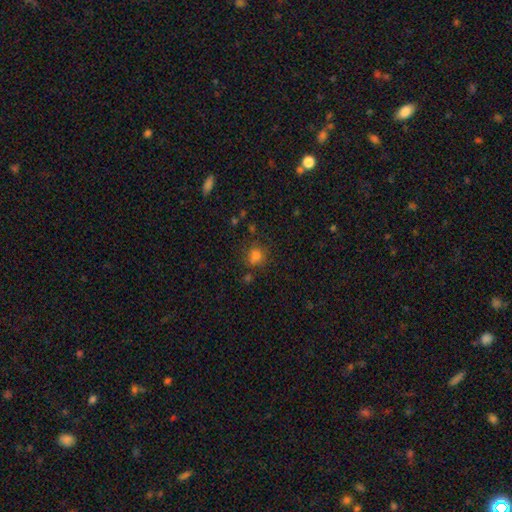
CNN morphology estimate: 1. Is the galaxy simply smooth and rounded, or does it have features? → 78% smooth, 15% star or artifact, 6% featured or disk.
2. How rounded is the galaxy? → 79% round, 20% in between, 1% cigar-shaped.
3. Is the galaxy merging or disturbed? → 73% none, 15% minor disturbance, 6% merger, 5% major disturbance.